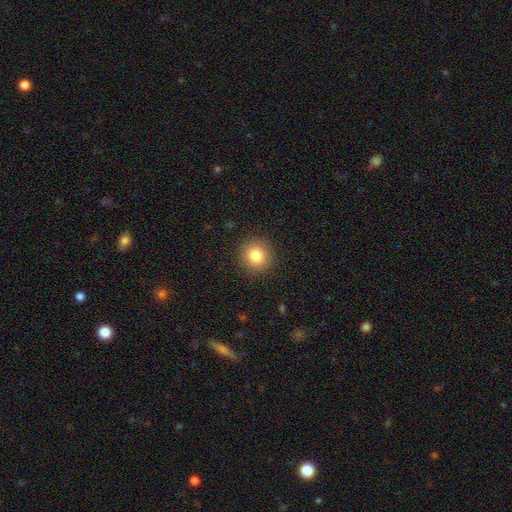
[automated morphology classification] A smooth galaxy with no disk features (82%) that is round (92%).

Vote fractions:
- Smooth or featured? smooth: 82% / star or artifact: 10% / featured or disk: 8%
- How rounded? round: 92% / in between: 7% / cigar-shaped: 1%
- Merging? none: 90% / minor disturbance: 7% / major disturbance: 3% / merger: 1%